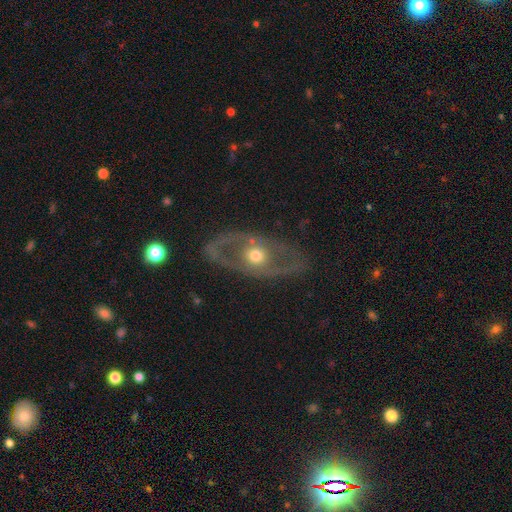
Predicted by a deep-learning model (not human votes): The model was most divided on "spiral arms": no: 66%, yes: 34%. More confident: edge-on disk — no (87%); bar — no (85%); merging — none (79%); smooth or featured — featured or disk (73%); bulge size — moderate (71%).